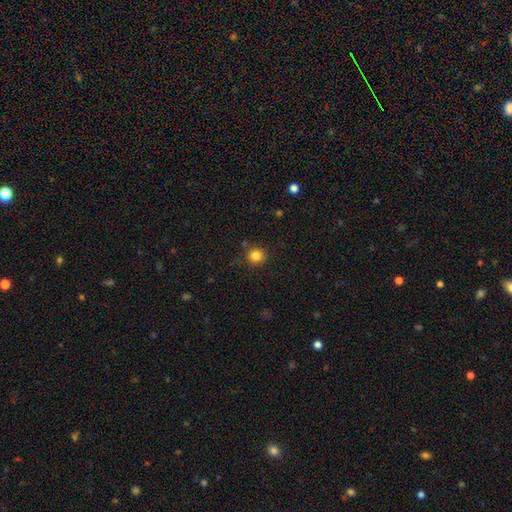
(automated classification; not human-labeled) A smooth galaxy with no disk features (83%) that is round (92%).

Vote fractions:
- Smooth or featured? smooth: 83% / star or artifact: 12% / featured or disk: 5%
- How rounded? round: 92% / in between: 7% / cigar-shaped: 1%
- Merging? none: 84% / minor disturbance: 10% / merger: 3% / major disturbance: 3%